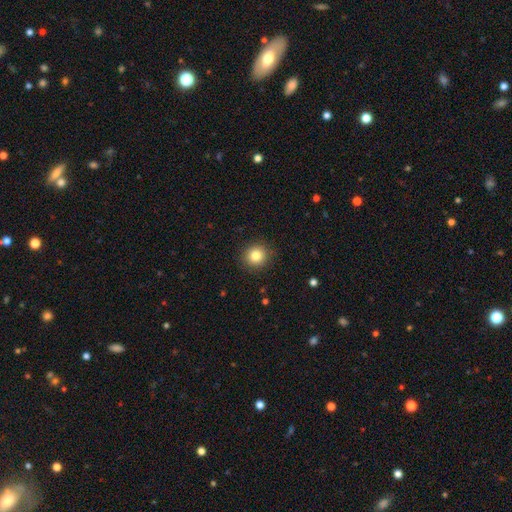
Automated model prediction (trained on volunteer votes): smooth_or_featured: smooth (p=0.82) [alt: star or artifact p=0.11]
how_rounded: round (p=0.91) [alt: in between p=0.08]
merging: none (p=0.90) [alt: minor disturbance p=0.07]